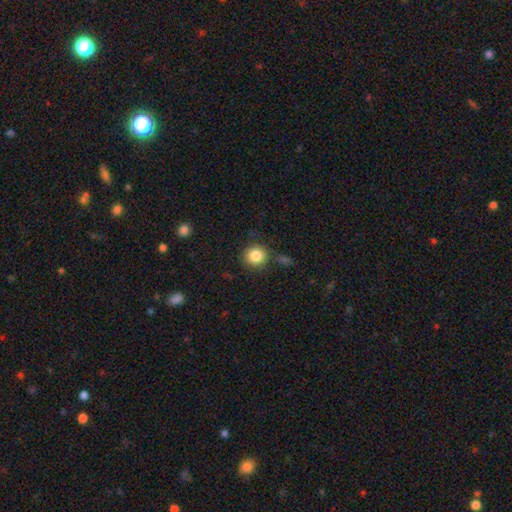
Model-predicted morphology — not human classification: smooth_or_featured: smooth (p=0.86) [alt: star or artifact p=0.09]
how_rounded: round (p=0.92) [alt: in between p=0.07]
merging: none (p=0.82) [alt: minor disturbance p=0.10]